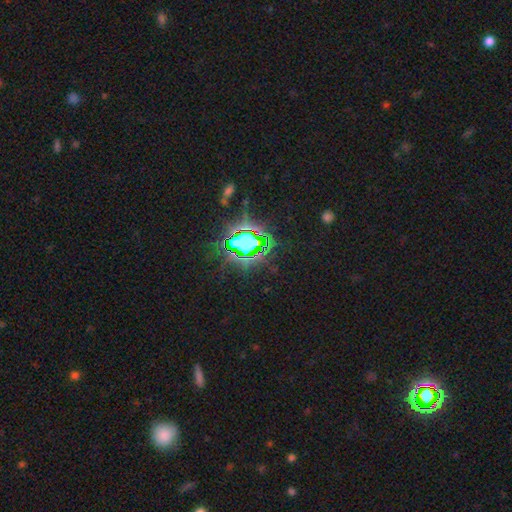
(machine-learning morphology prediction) star or artifact 80%, smooth 12%, featured or disk 8%.